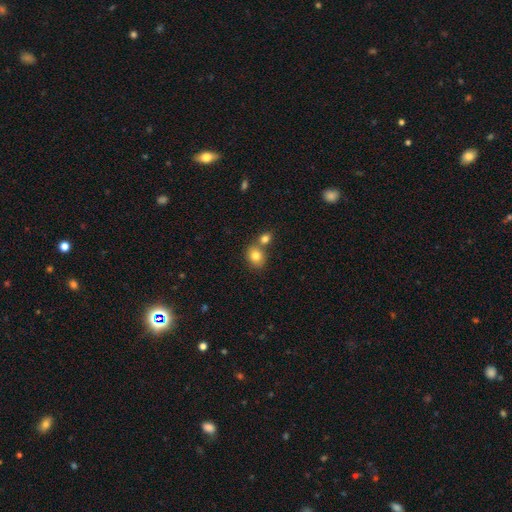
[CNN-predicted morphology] Overall: smooth (81%). How rounded: round (58%; in between 41%). Merging: none (51%; merger 36%).